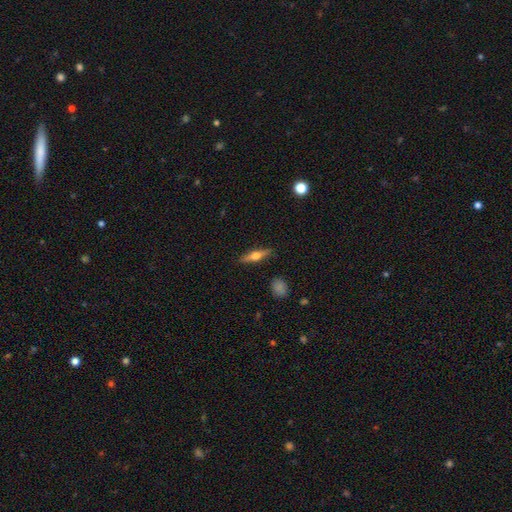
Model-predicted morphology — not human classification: type=featured or disk (60%); edge-on=yes (96%); edge-on bulge=rounded (94%); merging=none (88%).